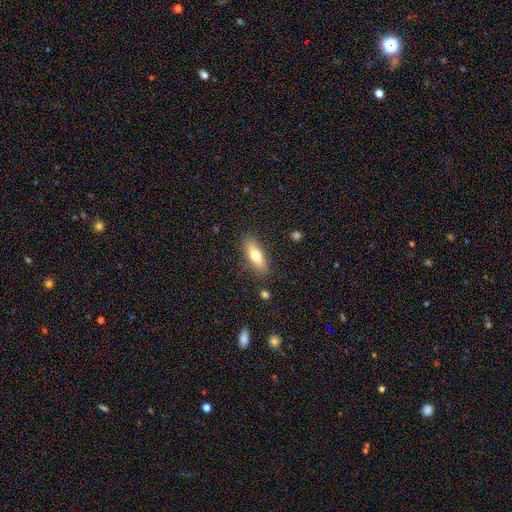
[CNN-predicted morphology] A smooth galaxy with no disk features (68%) that is in between round and cigar-shaped (61%).

Vote fractions:
- Smooth or featured? smooth: 68% / featured or disk: 25% / star or artifact: 7%
- How rounded? in between: 61% / cigar-shaped: 36% / round: 3%
- Merging? none: 85% / minor disturbance: 11% / major disturbance: 3% / merger: 2%